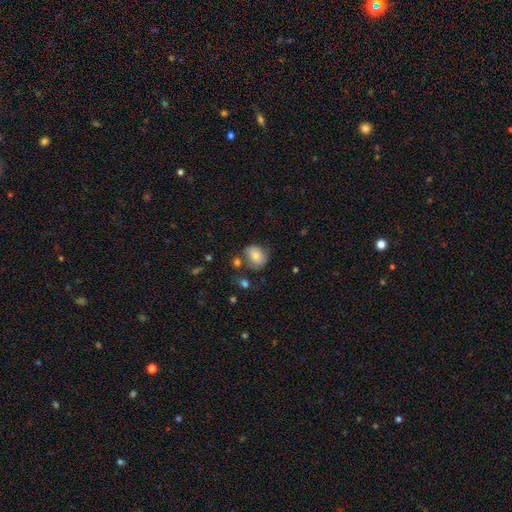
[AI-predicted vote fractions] This is likely a smooth galaxy (66%). How rounded: possibly round (56%). Merging: possibly none (60%).